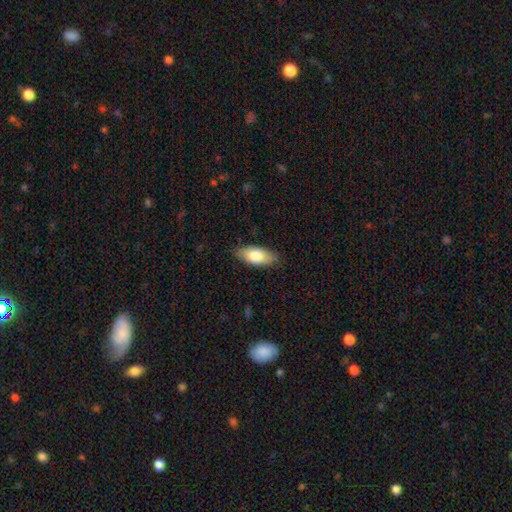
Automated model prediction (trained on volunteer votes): This appears to be a smooth galaxy with no disk features (77%) that is in between round and cigar-shaped (85%). Merging: none (85%).